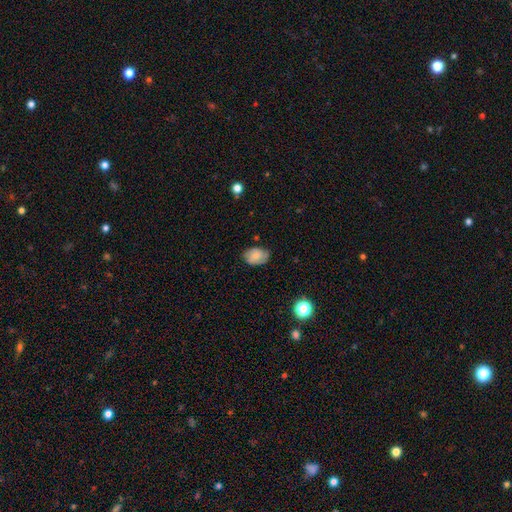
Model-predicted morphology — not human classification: A smooth galaxy with no disk features (63%) that is in between round and cigar-shaped (80%). Merging: none (75%).